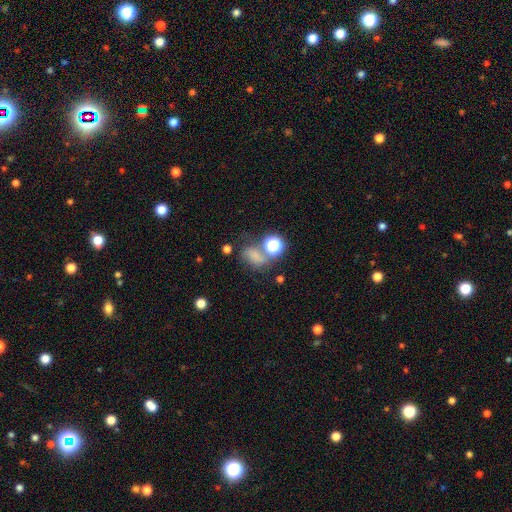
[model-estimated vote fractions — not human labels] Smooth or featured: smooth — 59% (star or artifact — 24%)
How rounded: in between — 63% (round — 34%)
Merging: none — 42% (merger — 20%)